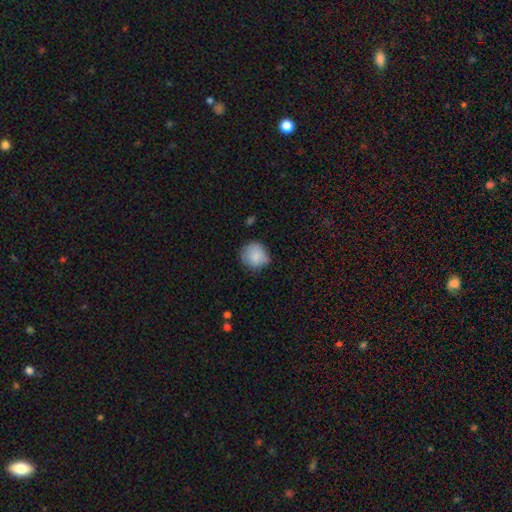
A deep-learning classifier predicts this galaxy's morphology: A smooth galaxy with no disk features (85%) that is round (89%). Merging: none (68%).